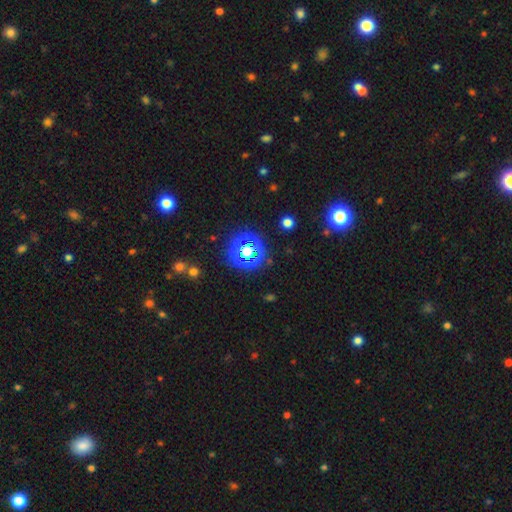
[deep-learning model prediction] The model was most divided on "smooth or featured": star or artifact: 71%, smooth: 22%, featured or disk: 7%.